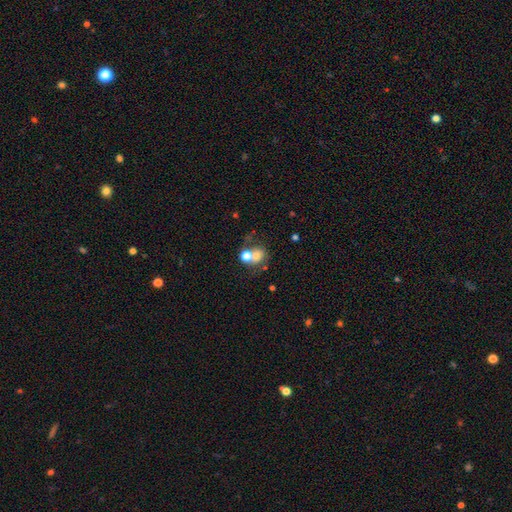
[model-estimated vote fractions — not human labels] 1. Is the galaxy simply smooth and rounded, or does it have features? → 64% smooth, 22% featured or disk, 14% star or artifact.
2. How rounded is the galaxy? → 66% round, 33% in between, 1% cigar-shaped.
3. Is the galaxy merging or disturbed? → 47% merger, 33% none, 10% minor disturbance, 10% major disturbance.